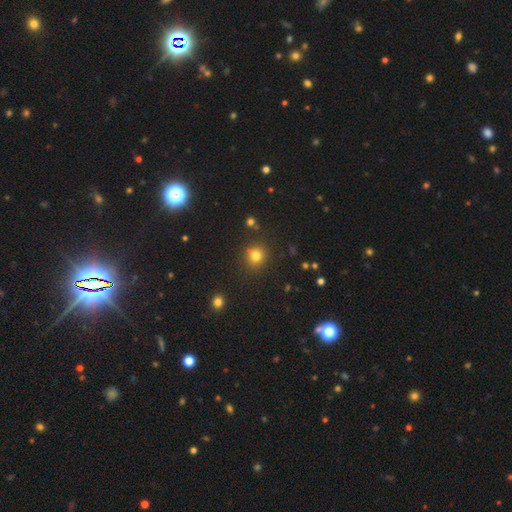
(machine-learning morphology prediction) type=smooth (78%); roundness=round (89%); merging=none (84%).